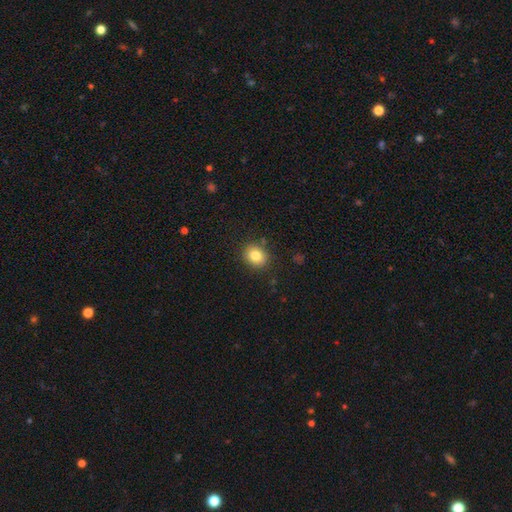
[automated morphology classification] type=smooth (83%); roundness=round (67%); merging=none (86%).